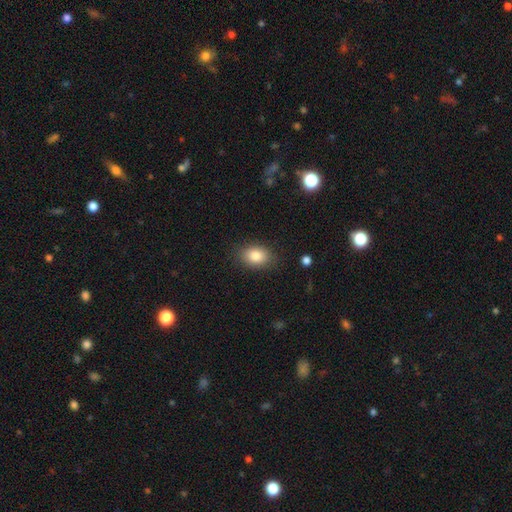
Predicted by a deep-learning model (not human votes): Smooth or featured: smooth — 84% (star or artifact — 9%)
How rounded: in between — 76% (round — 23%)
Merging: none — 84% (minor disturbance — 11%)